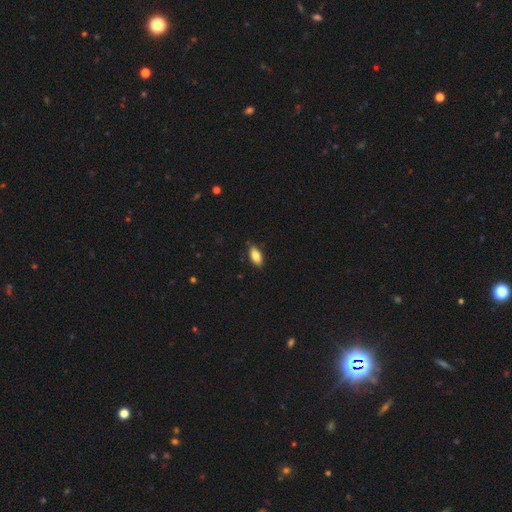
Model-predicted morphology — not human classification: A smooth galaxy with no disk features (84%) that is in between round and cigar-shaped (90%). Merging: none (85%).